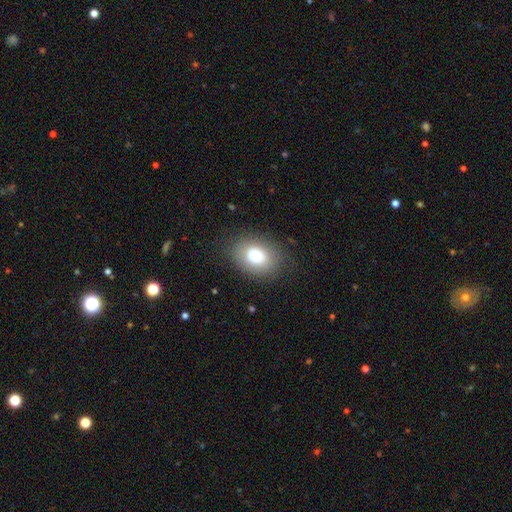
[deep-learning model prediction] Morphology: type=smooth (73%); roundness=in between (60%); merging=none (81%).